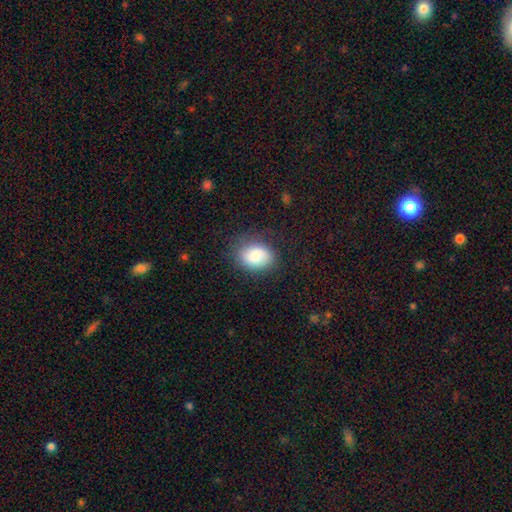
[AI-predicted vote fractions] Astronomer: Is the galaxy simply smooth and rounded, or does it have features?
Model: smooth — 78%.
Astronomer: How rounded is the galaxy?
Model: in between — 64%.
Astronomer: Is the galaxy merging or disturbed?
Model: none — 73%.